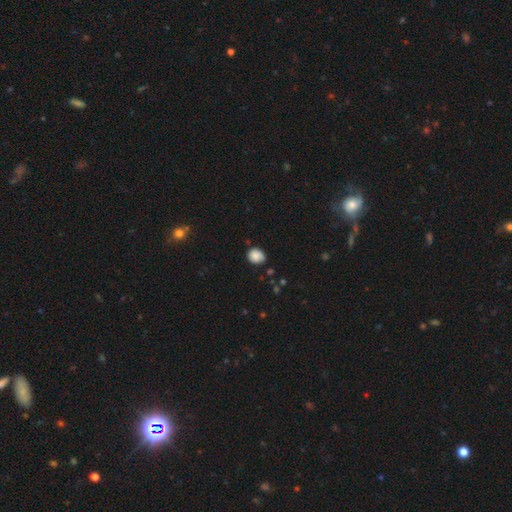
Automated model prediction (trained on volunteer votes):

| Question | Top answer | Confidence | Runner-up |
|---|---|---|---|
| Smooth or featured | smooth | 86% | star or artifact (9%) |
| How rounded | round | 68% | in between (31%) |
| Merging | none | 73% | minor disturbance (22%) |